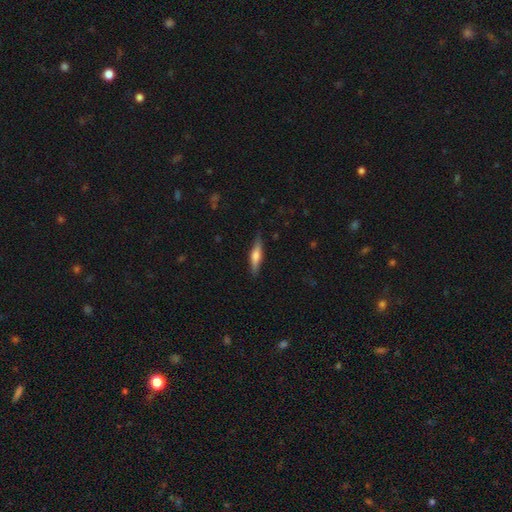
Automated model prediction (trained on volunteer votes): The model was most divided on "smooth or featured": smooth: 51%, featured or disk: 43%, star or artifact: 6%. More confident: merging — none (84%); how rounded — cigar-shaped (77%).